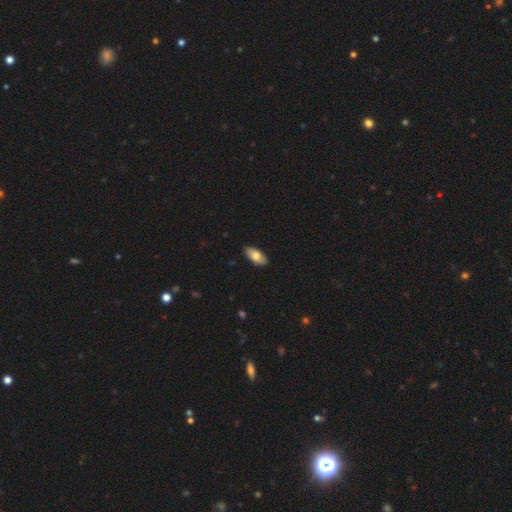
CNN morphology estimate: type=smooth (77%); roundness=in between (92%); merging=none (89%).